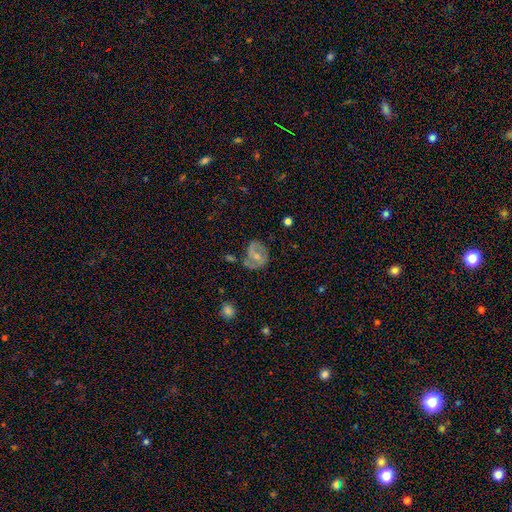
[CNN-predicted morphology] type=featured or disk (60%); edge-on=no (97%); bar=weak (45%); spiral arms=yes (71%); bulge=small (49%); merging=none (47%).